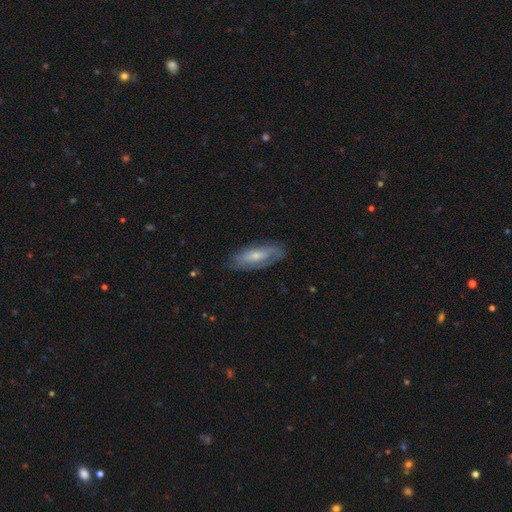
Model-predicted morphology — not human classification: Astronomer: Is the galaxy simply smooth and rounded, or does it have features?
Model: featured or disk — 55% (runner-up: smooth, 38%).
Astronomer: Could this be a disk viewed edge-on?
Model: no — 79%.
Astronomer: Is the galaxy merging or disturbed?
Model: none — 72%.